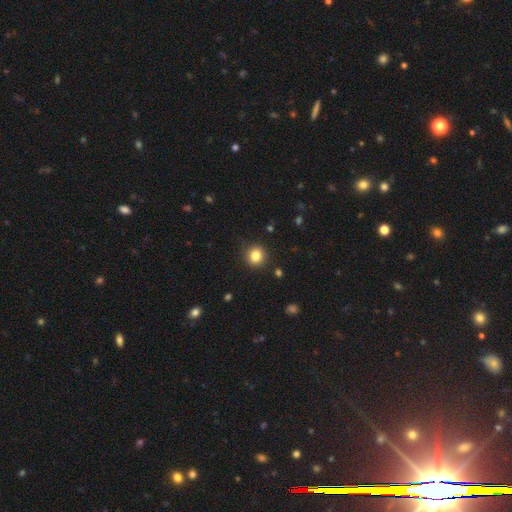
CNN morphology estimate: A smooth galaxy with no disk features (83%) that is round (88%). Merging: none (89%).